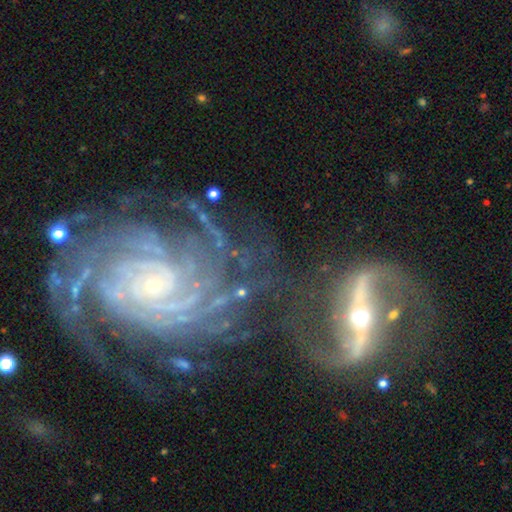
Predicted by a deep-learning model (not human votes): Smooth or featured? Predicted: featured or disk (p=0.88). Edge-on disk? Predicted: no (p=0.95). Bar? Predicted: no (p=0.44). Spiral arms? Predicted: yes (p=0.97). Spiral winding? Predicted: tight (p=0.49). Spiral arm count? Predicted: 2 (p=0.37). Bulge size? Predicted: small (p=0.75). Merging? Predicted: none (p=0.48).